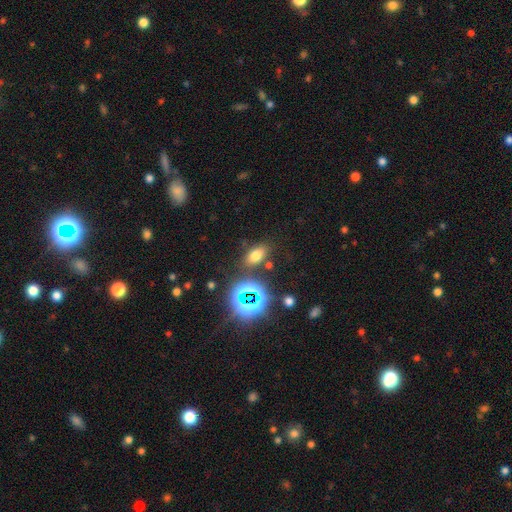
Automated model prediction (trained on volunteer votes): smooth-or-featured: smooth: 65% | star or artifact: 26% | featured or disk: 9%
  how-rounded: in between: 84% | round: 12% | cigar-shaped: 4%
  merging: none: 80% | minor disturbance: 10% | merger: 6% | major disturbance: 4%